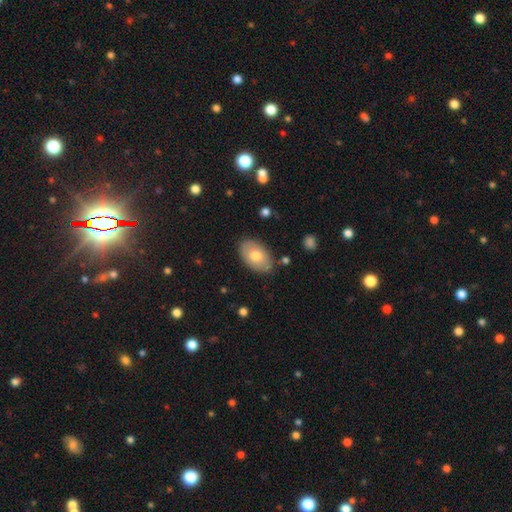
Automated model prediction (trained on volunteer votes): This is likely a smooth galaxy (71%). How rounded: clearly in between (92%). Merging: clearly none (82%).